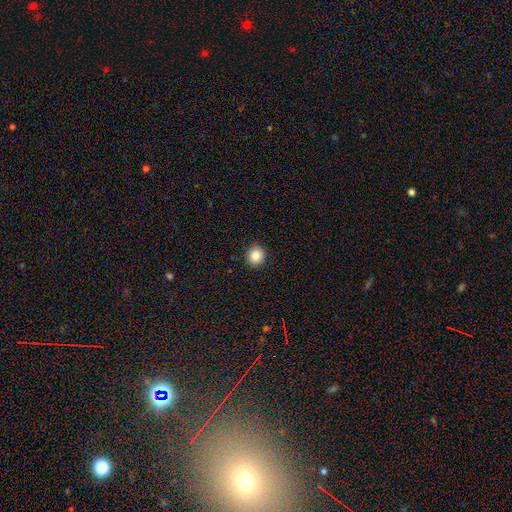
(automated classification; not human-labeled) Q: Smooth or featured?
A: smooth (85%); runner-up: star or artifact (10%)
Q: How rounded?
A: round (87%); runner-up: in between (12%)
Q: Merging?
A: none (93%); runner-up: minor disturbance (5%)